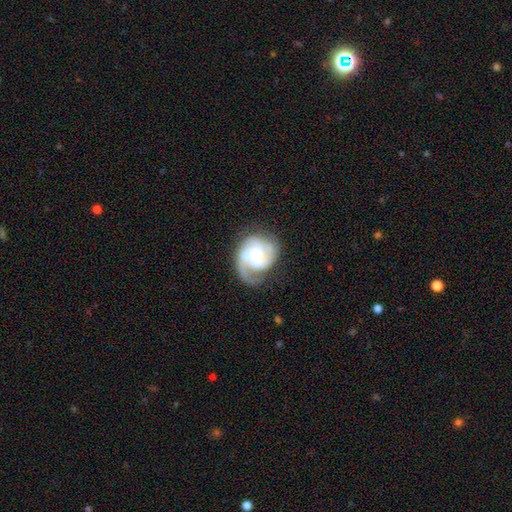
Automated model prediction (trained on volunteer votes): A featured or disk galaxy (87%) with no bar (58%), 3 (41%) tight (48%) spiral arms (97%) and a moderate central bulge (52%). Merging: none (67%).